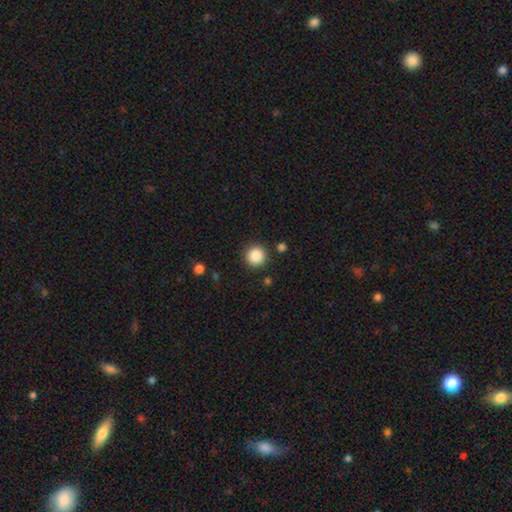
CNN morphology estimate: A smooth galaxy with no disk features (87%) that is round (95%).

Vote fractions:
- Smooth or featured? smooth: 87% / star or artifact: 10% / featured or disk: 3%
- How rounded? round: 95% / in between: 4% / cigar-shaped: 1%
- Merging? none: 89% / minor disturbance: 6% / major disturbance: 2% / merger: 2%